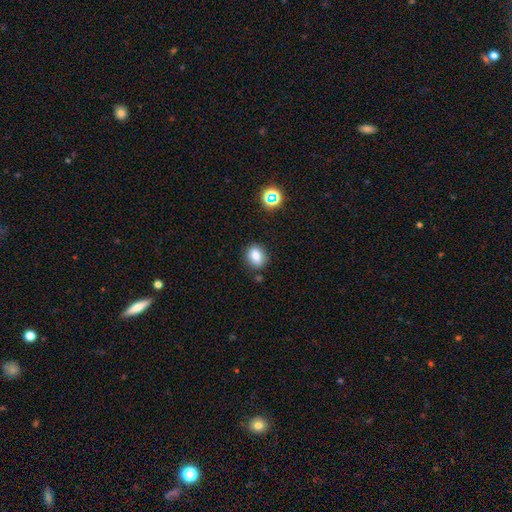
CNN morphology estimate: smooth 81%, star or artifact 12%, featured or disk 7%. Down the decision tree: how rounded — in between (57%); merging — none (81%).